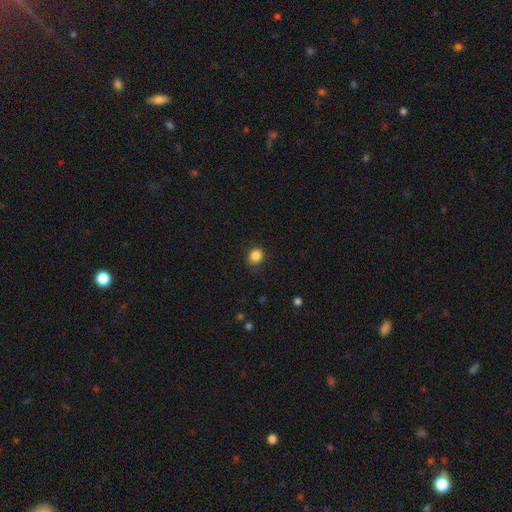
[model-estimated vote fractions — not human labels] Smooth or featured: smooth — 86% (star or artifact — 11%)
How rounded: round — 74% (in between — 25%)
Merging: none — 84% (minor disturbance — 12%)